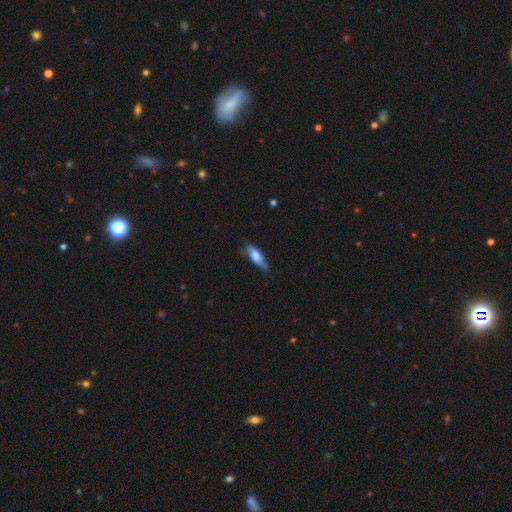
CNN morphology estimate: smooth_or_featured: smooth (p=0.69) [alt: featured or disk p=0.24]
how_rounded: in between (p=0.59) [alt: cigar-shaped p=0.38]
merging: none (p=0.57) [alt: minor disturbance p=0.32]